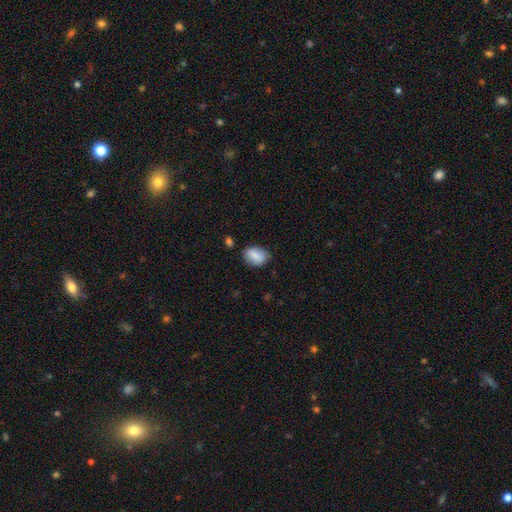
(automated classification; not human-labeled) Overall: smooth (81%). How rounded: in between (80%). Merging: none (73%).